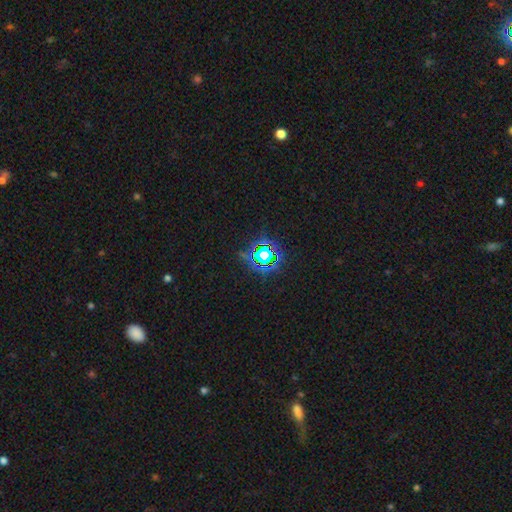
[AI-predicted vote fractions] star or artifact 73%, smooth 17%, featured or disk 10%.